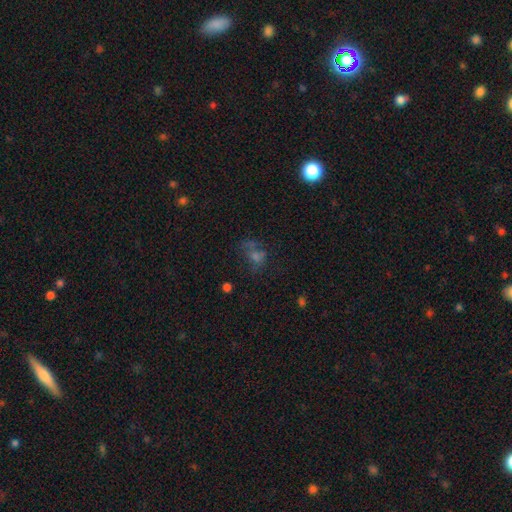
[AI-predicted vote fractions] A smooth galaxy with no disk features (43%).

Vote fractions:
- Smooth or featured? smooth: 43% / star or artifact: 35% / featured or disk: 22%
- Merging? none: 42% / major disturbance: 24% / minor disturbance: 18% / merger: 16%